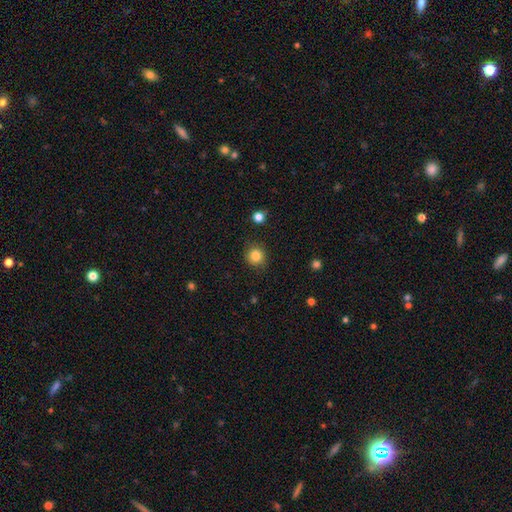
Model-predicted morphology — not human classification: Smooth or featured? smooth (84%)
How rounded? round (90%)
Merging? none (88%)